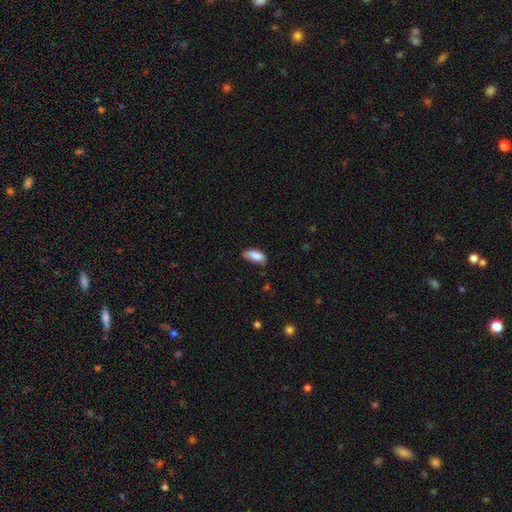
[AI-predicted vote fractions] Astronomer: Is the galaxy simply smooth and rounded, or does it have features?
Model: smooth — 86%.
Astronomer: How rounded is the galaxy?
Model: in between — 85%.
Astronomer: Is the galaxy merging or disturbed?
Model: none — 61%.